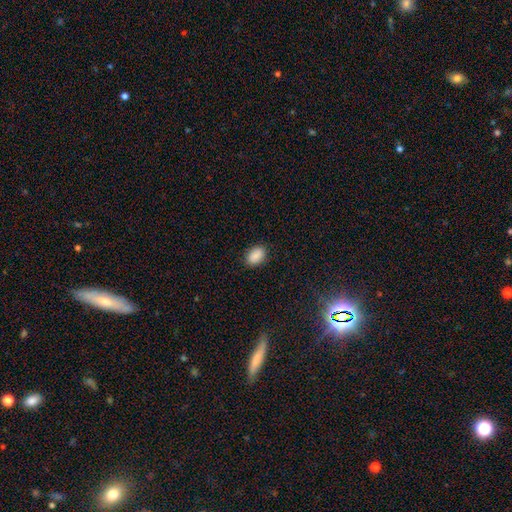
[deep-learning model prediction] A smooth galaxy with no disk features (89%) that is in between round and cigar-shaped (85%).

Vote fractions:
- Smooth or featured? smooth: 89% / star or artifact: 8% / featured or disk: 3%
- How rounded? in between: 85% / round: 14% / cigar-shaped: 1%
- Merging? none: 87% / minor disturbance: 9% / major disturbance: 2% / merger: 1%